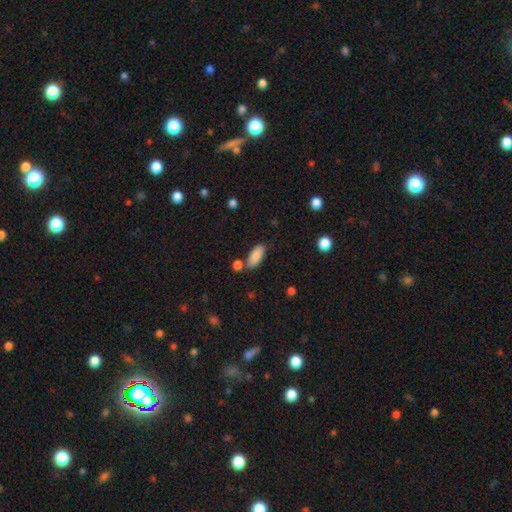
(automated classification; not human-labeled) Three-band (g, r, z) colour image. It shows a smooth galaxy with no disk features (88%) that is in between round and cigar-shaped (83%). Merging: none (75%).